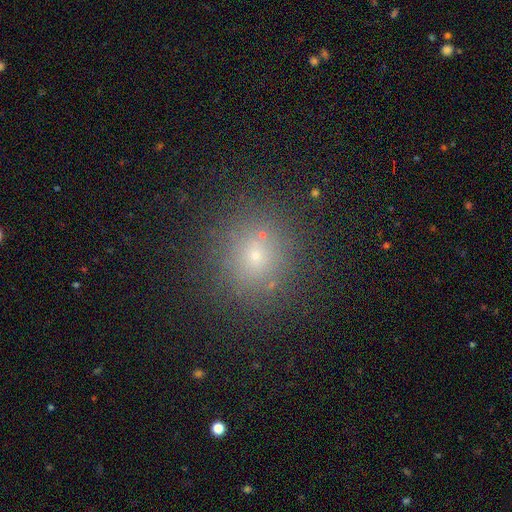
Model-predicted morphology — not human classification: Smooth or featured?
  - smooth: 66% *
  - star or artifact: 24%
  - featured or disk: 10%
How rounded?
  - round: 86% *
  - in between: 12%
  - cigar-shaped: 1%
Merging?
  - none: 85% *
  - minor disturbance: 9%
  - merger: 3%
  - major disturbance: 3%